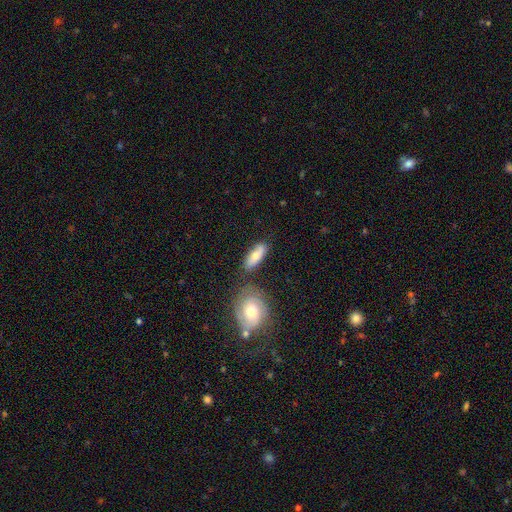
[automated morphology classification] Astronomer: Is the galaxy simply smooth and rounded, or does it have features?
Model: smooth — 66%.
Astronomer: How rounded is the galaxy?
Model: in between — 68%.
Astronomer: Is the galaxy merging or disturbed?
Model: none — 69%.